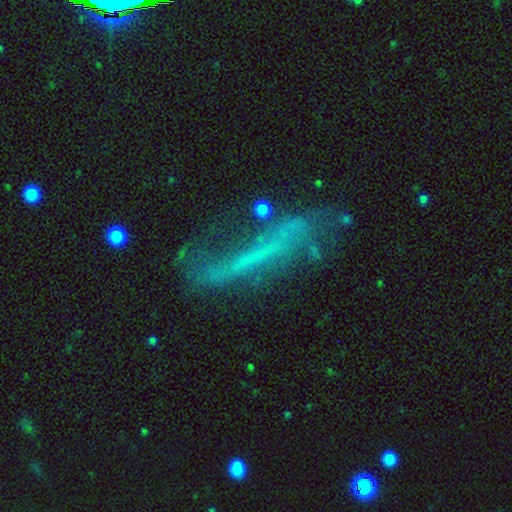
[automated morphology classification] Smooth or featured?
  - featured or disk: 60% *
  - smooth: 27%
  - star or artifact: 13%
Edge-on disk?
  - no: 61% *
  - yes: 39%
Merging?
  - none: 44% *
  - major disturbance: 27%
  - minor disturbance: 22%
  - merger: 7%